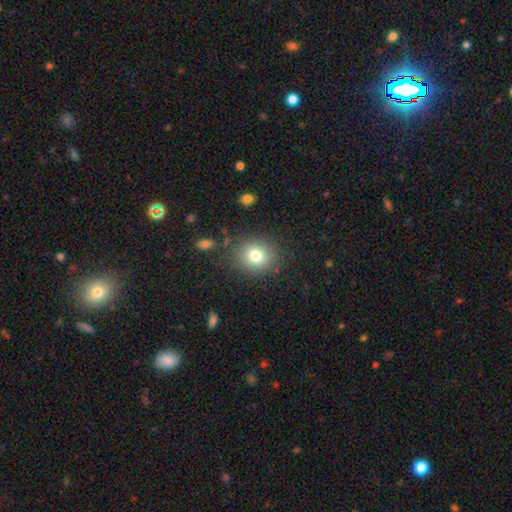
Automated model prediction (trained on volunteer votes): Q: Smooth or featured?
A: smooth (79%); runner-up: star or artifact (12%)
Q: How rounded?
A: round (77%); runner-up: in between (22%)
Q: Merging?
A: none (85%); runner-up: minor disturbance (9%)